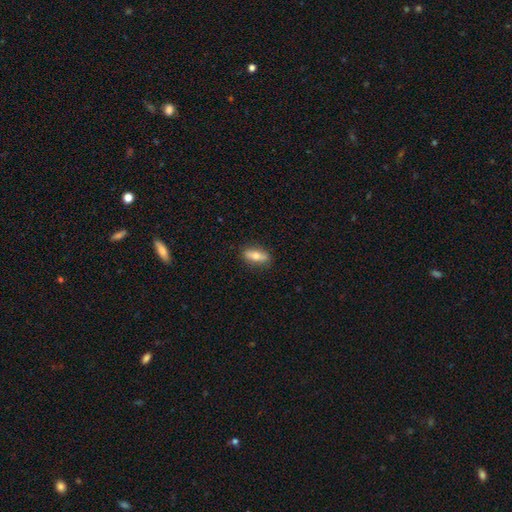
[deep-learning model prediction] Smooth or featured: smooth — 68% (featured or disk — 25%)
How rounded: in between — 66% (cigar-shaped — 30%)
Merging: none — 87% (minor disturbance — 10%)